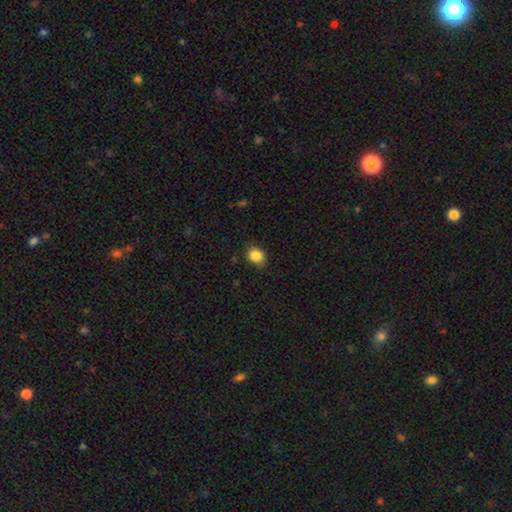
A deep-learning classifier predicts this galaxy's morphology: type=smooth (86%); roundness=round (50%); merging=none (81%).